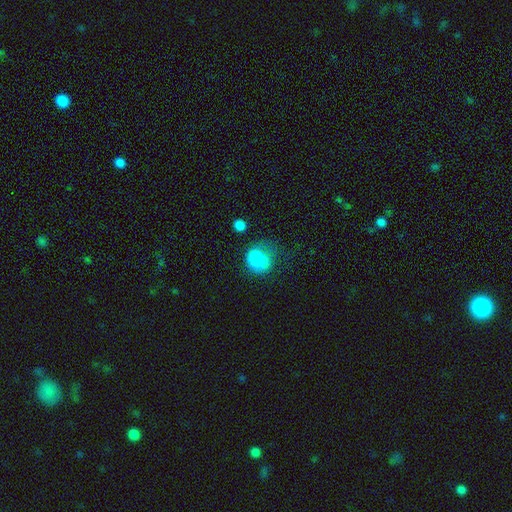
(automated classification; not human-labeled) Smooth or featured? smooth (71%)
How rounded? round (63%)
Merging? none (38%)